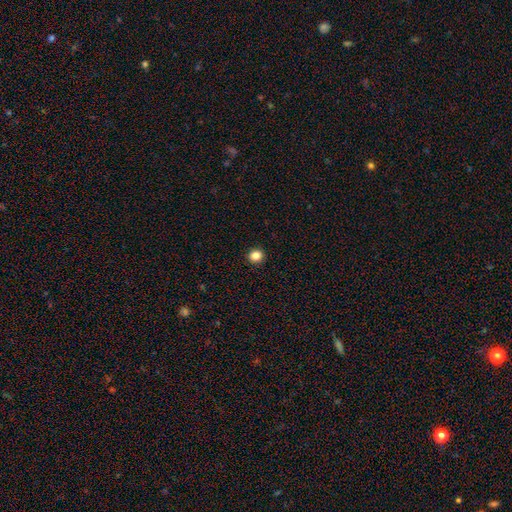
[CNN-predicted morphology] A smooth galaxy with no disk features (85%) that is round (83%).

Vote fractions:
- Smooth or featured? smooth: 85% / star or artifact: 11% / featured or disk: 4%
- How rounded? round: 83% / in between: 17% / cigar-shaped: 1%
- Merging? none: 93% / minor disturbance: 5% / major disturbance: 1% / merger: 1%